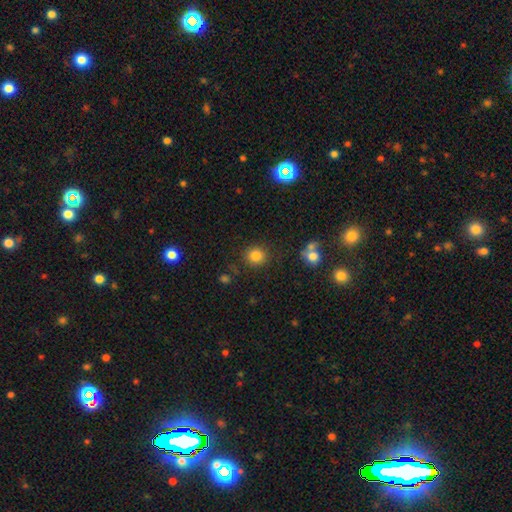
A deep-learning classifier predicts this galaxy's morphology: A smooth galaxy with no disk features (83%) that is round (88%).

Vote fractions:
- Smooth or featured? smooth: 83% / star or artifact: 12% / featured or disk: 6%
- How rounded? round: 88% / in between: 11% / cigar-shaped: 1%
- Merging? none: 85% / minor disturbance: 9% / merger: 3% / major disturbance: 3%